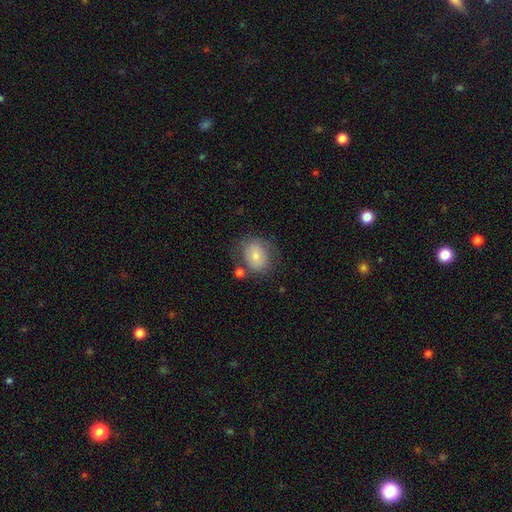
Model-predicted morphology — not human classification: This is likely a smooth galaxy (73%). How rounded: possibly round (50%). Merging: possibly none (60%).